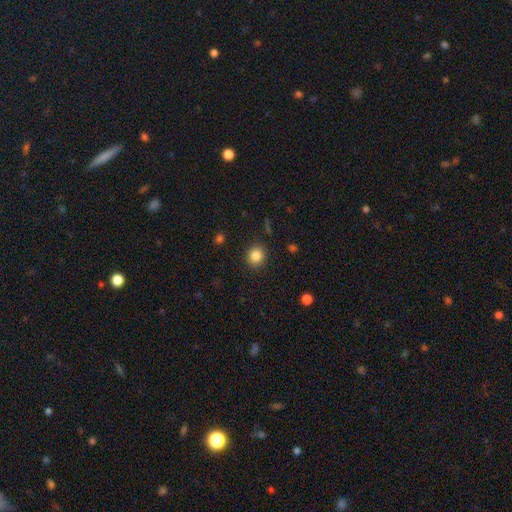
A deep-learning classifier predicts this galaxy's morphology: Smooth or featured?
  - smooth: 84% *
  - star or artifact: 11%
  - featured or disk: 5%
How rounded?
  - round: 83% *
  - in between: 16%
  - cigar-shaped: 1%
Merging?
  - none: 89% *
  - minor disturbance: 7%
  - major disturbance: 2%
  - merger: 1%